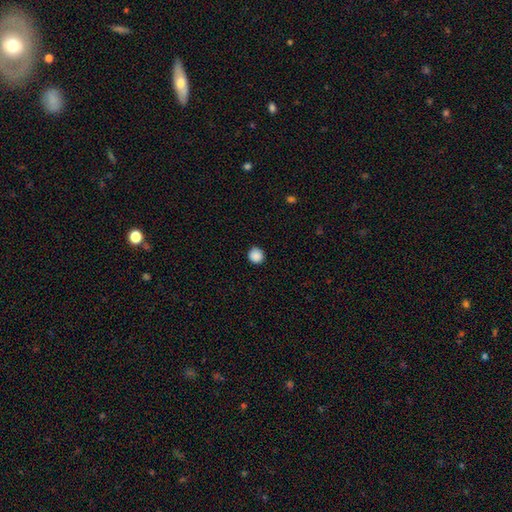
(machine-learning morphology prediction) smooth_or_featured: smooth (p=0.88) [alt: star or artifact p=0.09]
how_rounded: round (p=0.94) [alt: in between p=0.05]
merging: none (p=0.91) [alt: minor disturbance p=0.06]